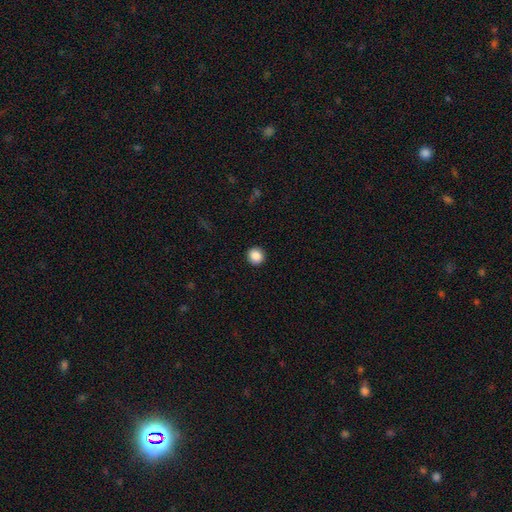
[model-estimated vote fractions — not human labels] A smooth galaxy with no disk features (88%) that is round (92%). Merging: none (92%).